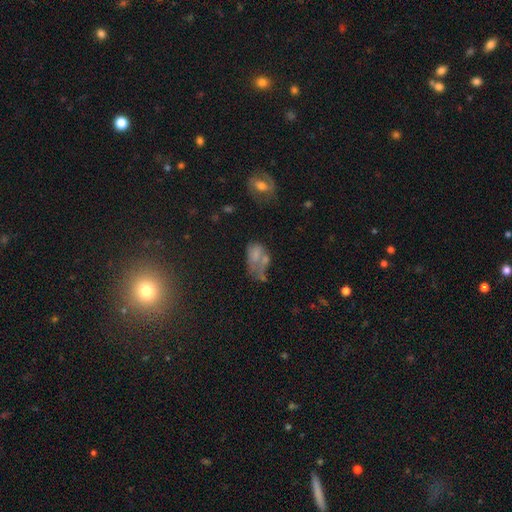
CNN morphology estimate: Smooth or featured: smooth — 52% (featured or disk — 32%)
How rounded: in between — 86% (round — 11%)
Merging: major disturbance — 28% (merger — 27%)